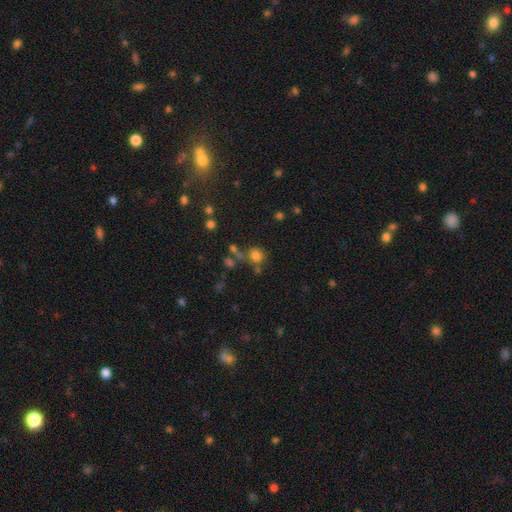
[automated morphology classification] A smooth galaxy with no disk features (74%) that is round (80%).

Vote fractions:
- Smooth or featured? smooth: 74% / star or artifact: 18% / featured or disk: 8%
- How rounded? round: 80% / in between: 19% / cigar-shaped: 1%
- Merging? none: 62% / merger: 19% / minor disturbance: 12% / major disturbance: 7%